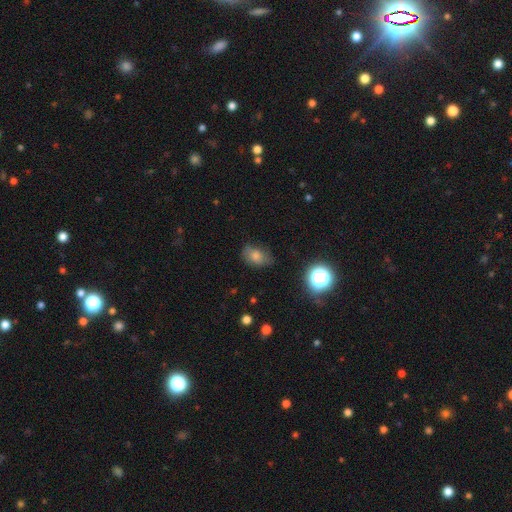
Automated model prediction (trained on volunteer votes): This appears to be a smooth galaxy with no disk features (70%) that is in between round and cigar-shaped (79%). Merging: none (68%).